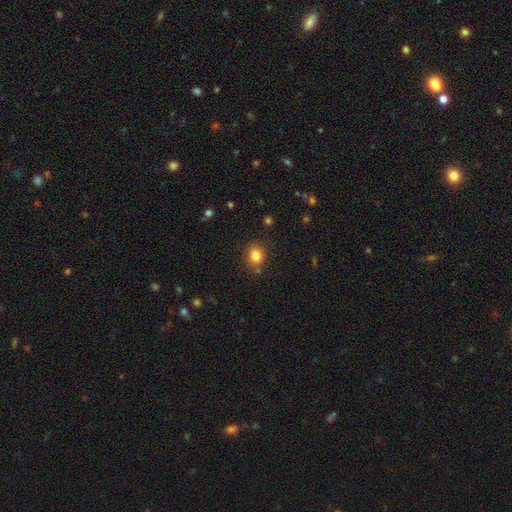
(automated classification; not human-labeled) The model was most divided on "how rounded": round: 68%, in between: 31%, cigar-shaped: 1%. More confident: merging — none (83%); smooth or featured — smooth (83%).